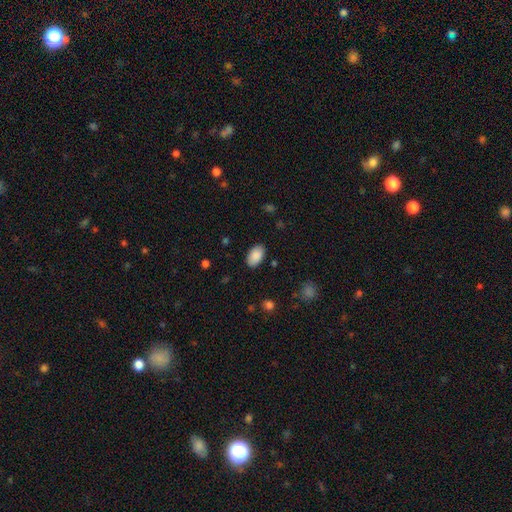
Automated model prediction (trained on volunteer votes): Morphology: type=smooth (89%); roundness=in between (93%); merging=none (86%).